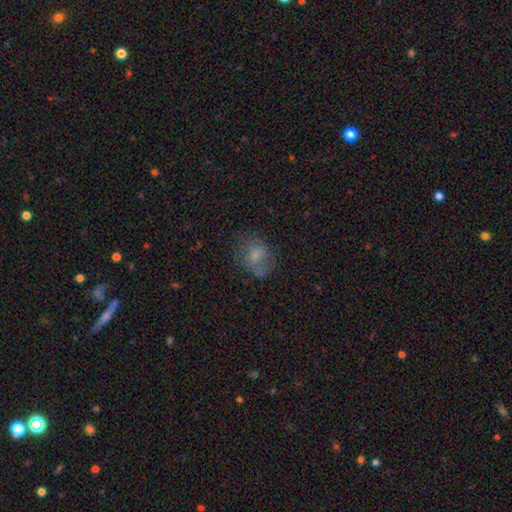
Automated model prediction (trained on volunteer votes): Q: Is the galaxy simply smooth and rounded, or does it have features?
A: smooth — 63%.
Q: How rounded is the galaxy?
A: in between — 50%.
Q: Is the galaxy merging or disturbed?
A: none — 59%.